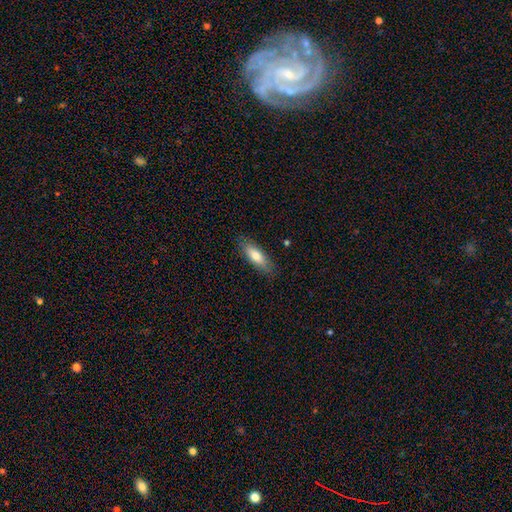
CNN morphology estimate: This appears to be a smooth galaxy with no disk features (72%) that is in between round and cigar-shaped (59%). Merging: none (86%).